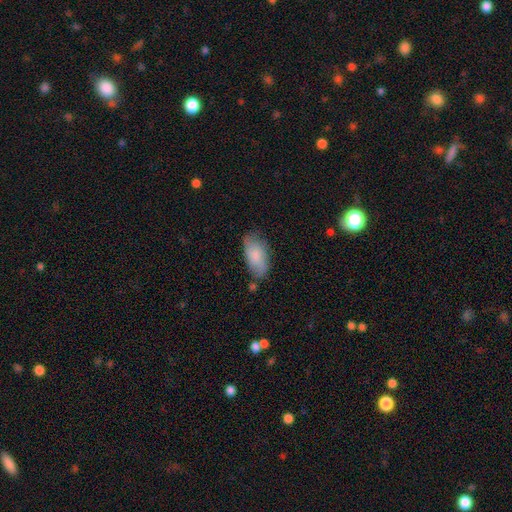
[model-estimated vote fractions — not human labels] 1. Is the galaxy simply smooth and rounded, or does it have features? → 77% smooth, 16% featured or disk, 6% star or artifact.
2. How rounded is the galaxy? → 92% in between, 5% cigar-shaped, 3% round.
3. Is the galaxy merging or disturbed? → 65% none, 25% minor disturbance, 6% major disturbance, 4% merger.